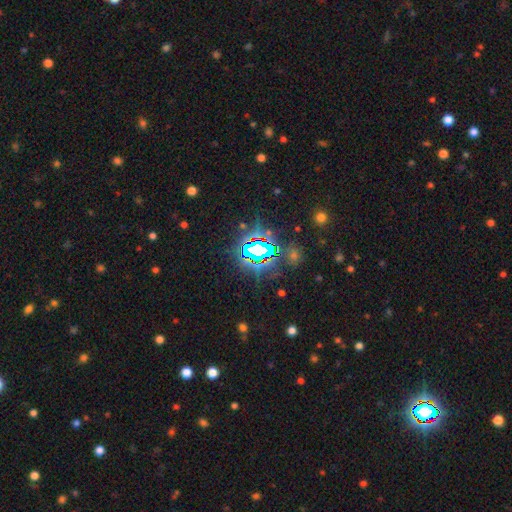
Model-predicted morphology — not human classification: A star or artifact, not a galaxy (77%).

Vote fractions:
- Smooth or featured? star or artifact: 77% / smooth: 13% / featured or disk: 11%